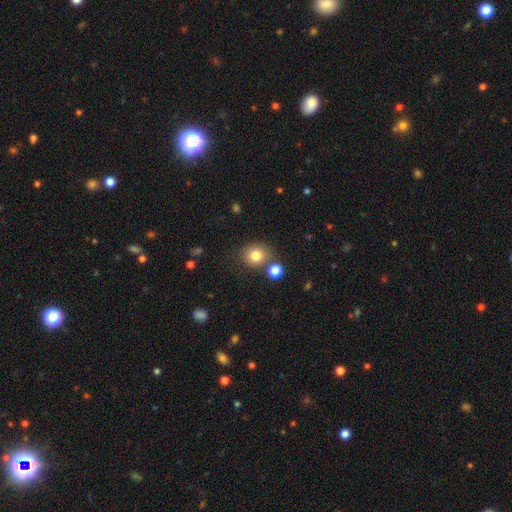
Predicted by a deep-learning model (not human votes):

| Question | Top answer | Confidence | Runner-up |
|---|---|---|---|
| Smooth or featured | smooth | 81% | star or artifact (12%) |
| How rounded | round | 80% | in between (19%) |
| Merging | none | 73% | merger (13%) |